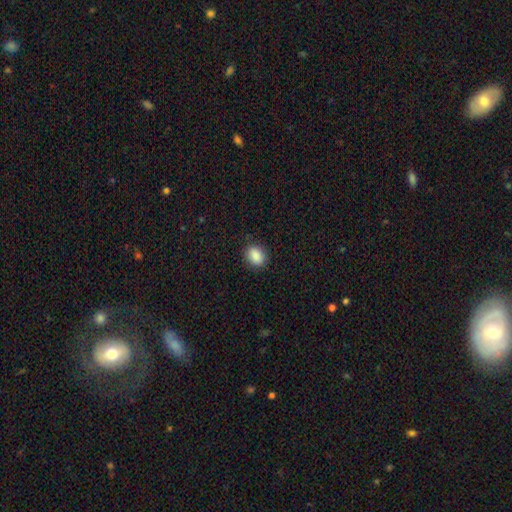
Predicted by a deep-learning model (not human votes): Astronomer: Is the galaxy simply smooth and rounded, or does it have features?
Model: smooth — 89%.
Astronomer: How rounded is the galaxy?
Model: in between — 63%.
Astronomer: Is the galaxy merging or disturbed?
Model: none — 87%.